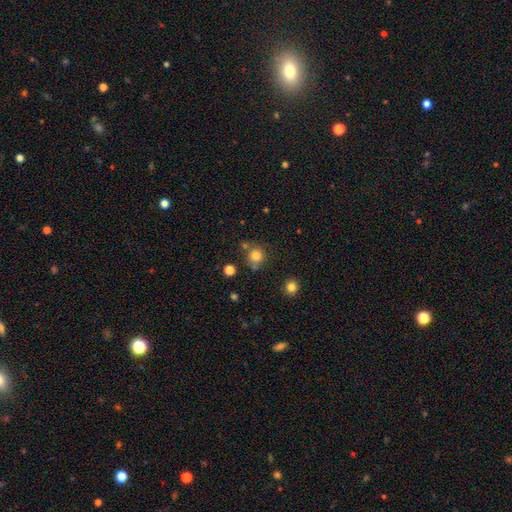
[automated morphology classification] The model was most divided on "merging": none: 69%, merger: 14%, minor disturbance: 12%, major disturbance: 4%. More confident: how rounded — round (90%); smooth or featured — smooth (80%).